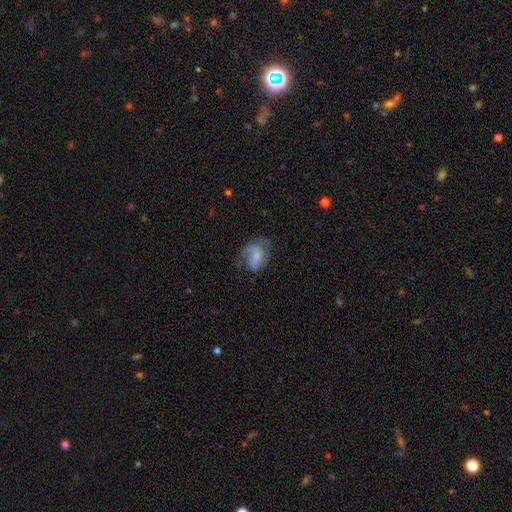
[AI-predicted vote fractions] Morphology: type=featured or disk (47%); merging=none (41%).